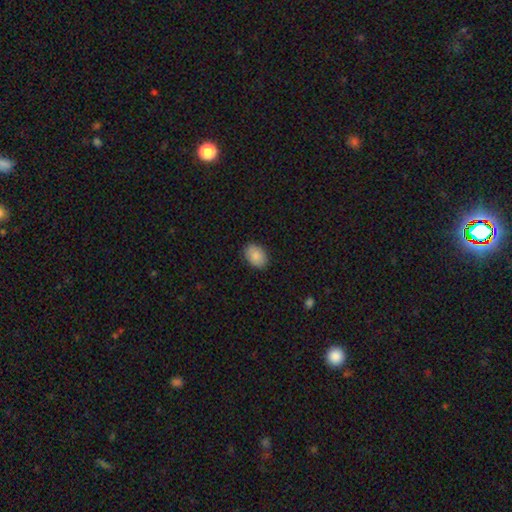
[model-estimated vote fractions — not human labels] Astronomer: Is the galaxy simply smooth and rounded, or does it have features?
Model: smooth — 86%.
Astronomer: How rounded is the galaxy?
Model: in between — 79%.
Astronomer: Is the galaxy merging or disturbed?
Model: none — 87%.